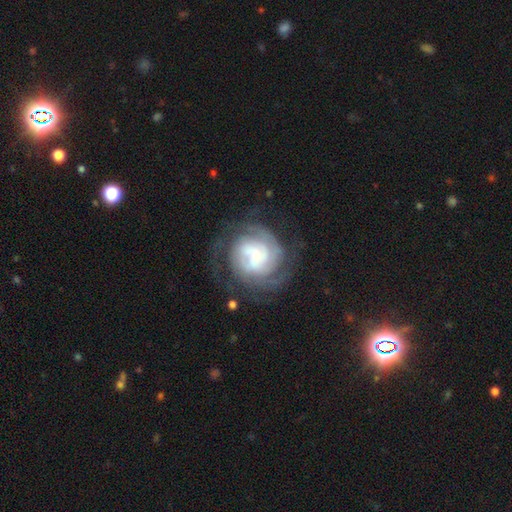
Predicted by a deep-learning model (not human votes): This appears to be a featured or disk galaxy (79%) with no bar (54%), tight (59%) spiral arms (93%) and a small central bulge (45%). Merging: none (63%).